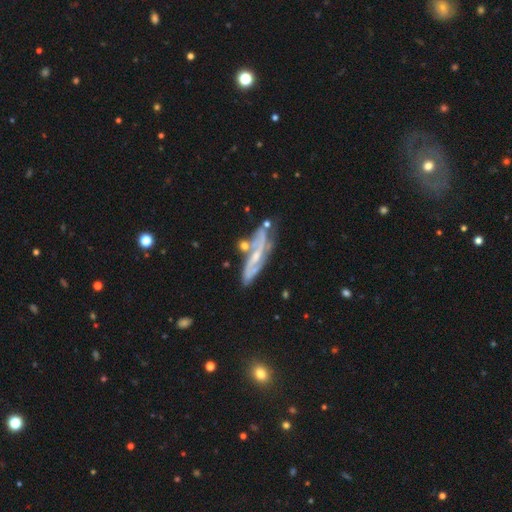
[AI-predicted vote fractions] smooth_or_featured: featured or disk (p=0.74) [alt: smooth p=0.17]
disk_edge_on: no (p=0.67) [alt: yes p=0.33]
merging: none (p=0.56) [alt: minor disturbance p=0.20]